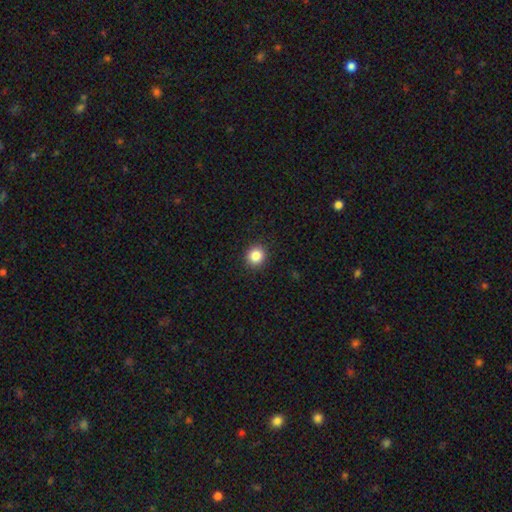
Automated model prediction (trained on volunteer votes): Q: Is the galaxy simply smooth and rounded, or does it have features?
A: smooth — 86%.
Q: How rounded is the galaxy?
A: round — 87%.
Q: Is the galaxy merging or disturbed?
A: none — 92%.